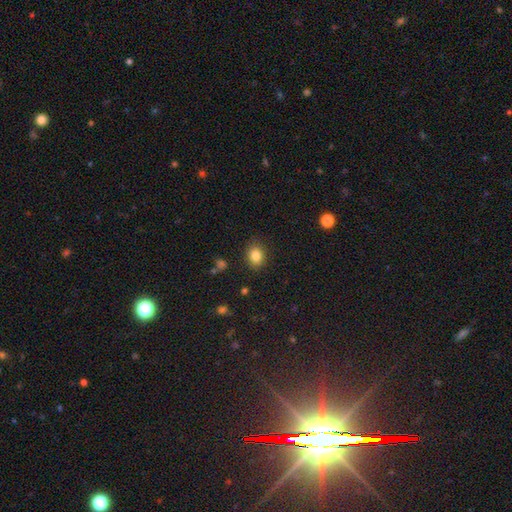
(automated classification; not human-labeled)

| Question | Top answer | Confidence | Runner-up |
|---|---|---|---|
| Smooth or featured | smooth | 84% | star or artifact (10%) |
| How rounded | round | 52% | in between (47%) |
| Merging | none | 85% | minor disturbance (10%) |